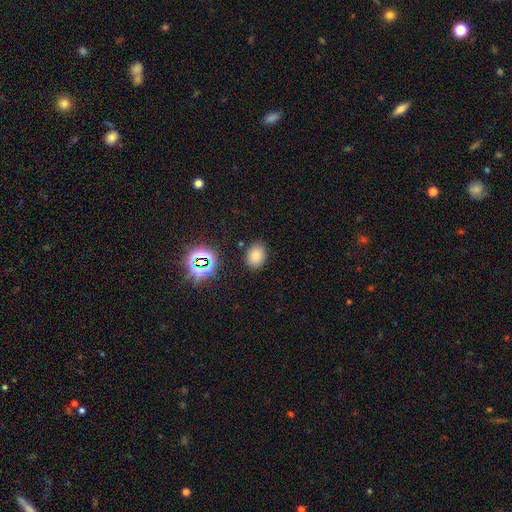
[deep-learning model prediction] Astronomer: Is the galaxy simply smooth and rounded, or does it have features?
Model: smooth — 74%.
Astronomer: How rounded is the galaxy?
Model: in between — 68%.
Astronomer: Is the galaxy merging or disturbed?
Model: none — 84%.